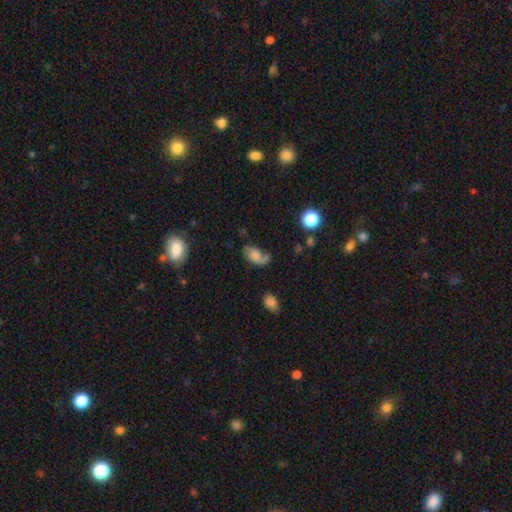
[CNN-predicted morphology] A smooth galaxy with no disk features (47%). Merging: none (39%).